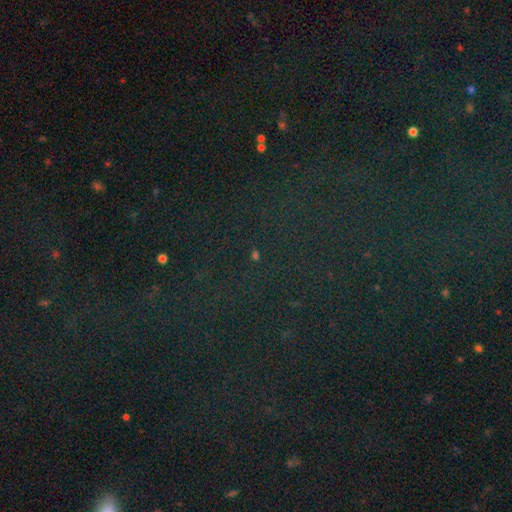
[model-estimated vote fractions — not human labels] A star or artifact, not a galaxy (72%).

Vote fractions:
- Smooth or featured? star or artifact: 72% / smooth: 20% / featured or disk: 8%